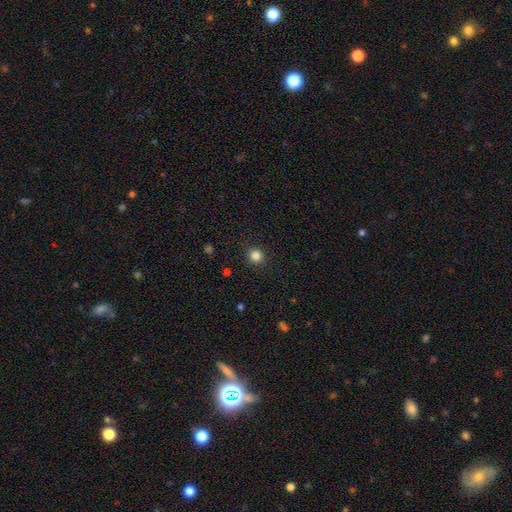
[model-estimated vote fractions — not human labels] The model was most divided on "smooth or featured": smooth: 83%, star or artifact: 12%, featured or disk: 4%. More confident: merging — none (92%); how rounded — round (91%).